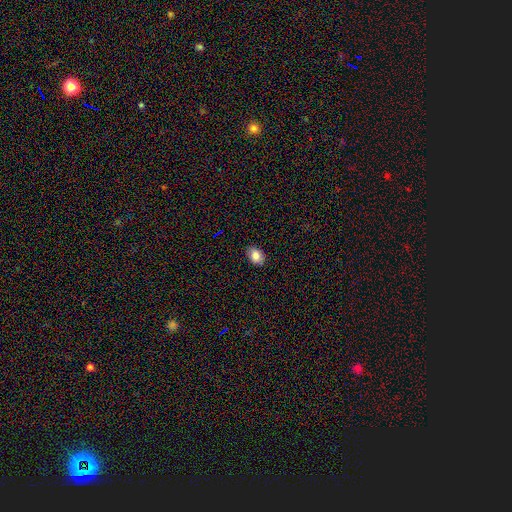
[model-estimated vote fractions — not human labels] This appears to be a smooth galaxy with no disk features (82%) that is in between round and cigar-shaped (78%). Merging: none (87%).